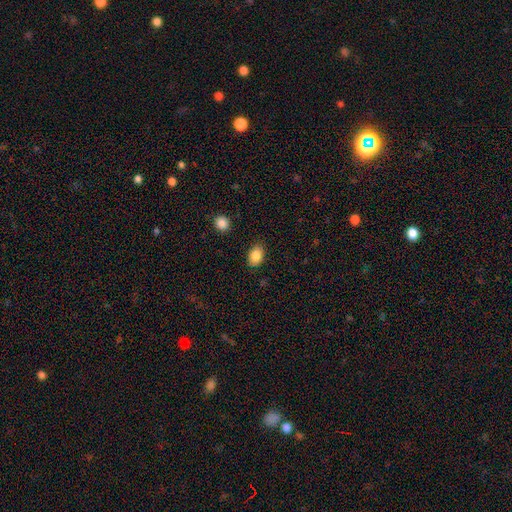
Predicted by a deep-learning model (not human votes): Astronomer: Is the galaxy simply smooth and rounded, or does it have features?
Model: smooth — 86%.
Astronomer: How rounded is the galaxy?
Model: in between — 80%.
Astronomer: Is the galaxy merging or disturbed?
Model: none — 85%.